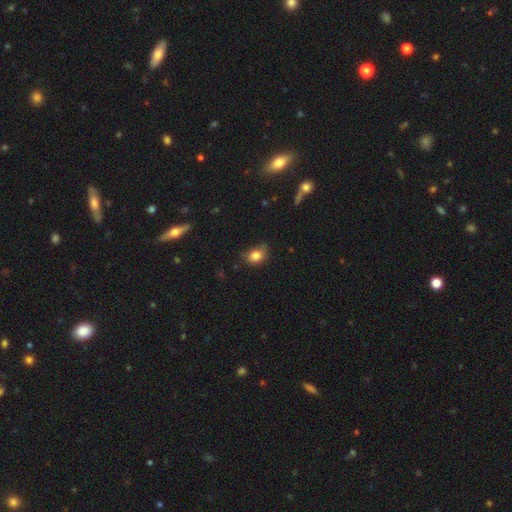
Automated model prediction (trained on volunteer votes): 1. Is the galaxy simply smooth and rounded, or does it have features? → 83% smooth, 10% star or artifact, 7% featured or disk.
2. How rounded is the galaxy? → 50% round, 49% in between, 1% cigar-shaped.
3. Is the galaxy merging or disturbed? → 63% none, 28% minor disturbance, 6% major disturbance, 3% merger.